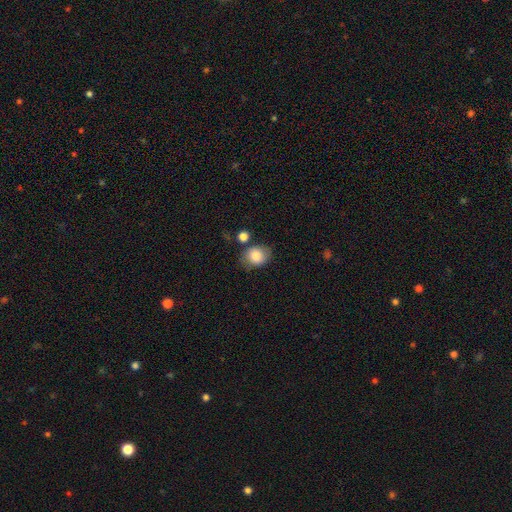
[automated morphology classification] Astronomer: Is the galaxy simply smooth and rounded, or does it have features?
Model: smooth — 81%.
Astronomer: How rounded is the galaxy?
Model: round — 54% (runner-up: in between, 45%).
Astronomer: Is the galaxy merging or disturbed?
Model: none — 66%.